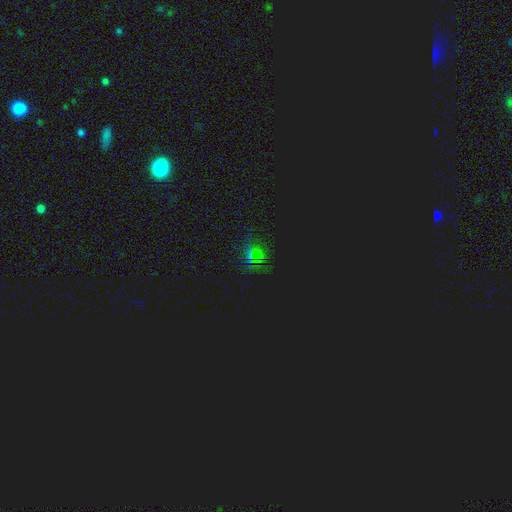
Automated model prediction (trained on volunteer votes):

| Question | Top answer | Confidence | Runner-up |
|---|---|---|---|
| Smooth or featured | star or artifact | 67% | smooth (24%) |